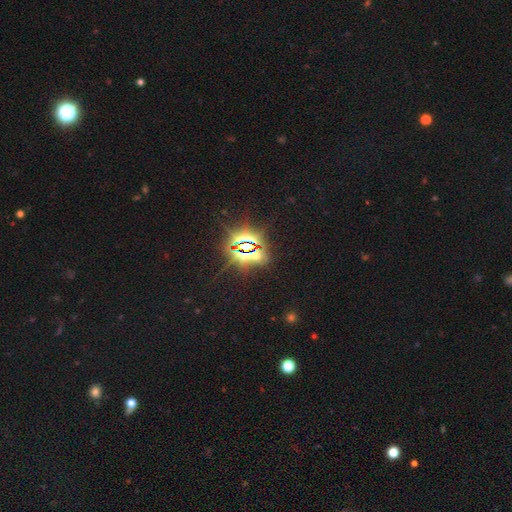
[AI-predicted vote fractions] Overall: star or artifact (81%).